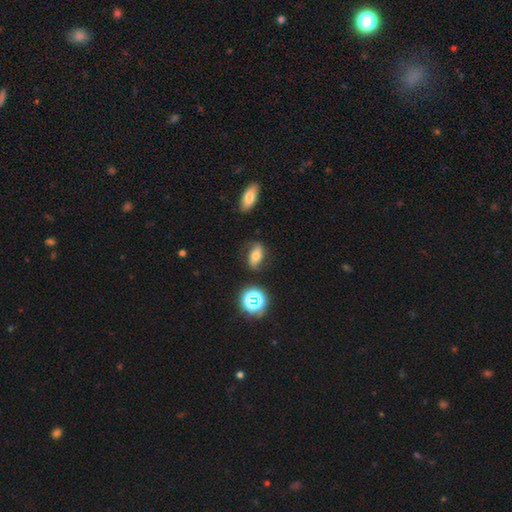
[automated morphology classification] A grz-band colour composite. It shows a smooth galaxy with no disk features (59%) that is in between round and cigar-shaped (79%). Merging: none (75%).